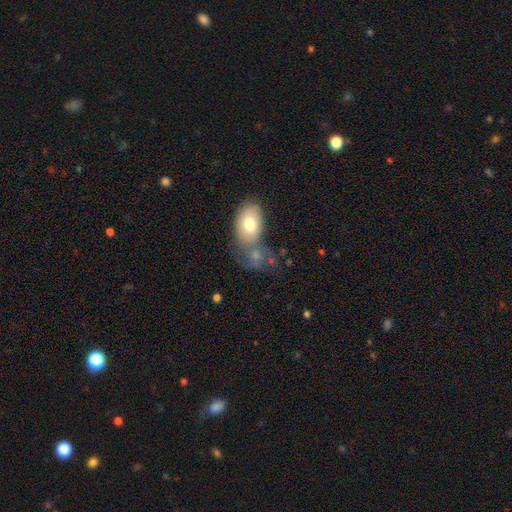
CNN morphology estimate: Overall: smooth (64%; featured or disk 25%). How rounded: in between (77%). Merging: merger (42%; none 33%).